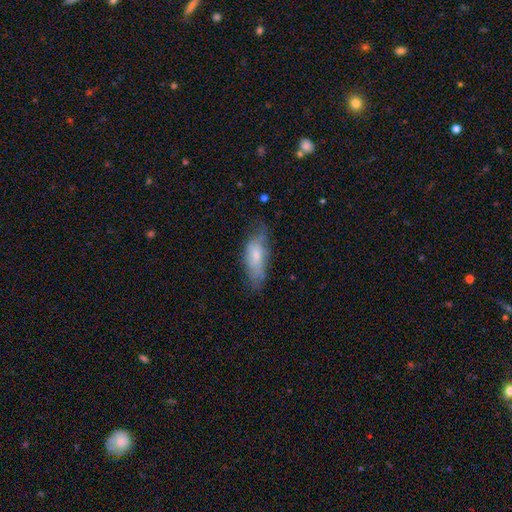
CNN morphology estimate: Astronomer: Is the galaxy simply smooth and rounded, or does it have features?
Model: smooth — 62%.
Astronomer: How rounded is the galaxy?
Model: in between — 72%.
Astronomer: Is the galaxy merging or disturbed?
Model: none — 49% (runner-up: minor disturbance, 33%).